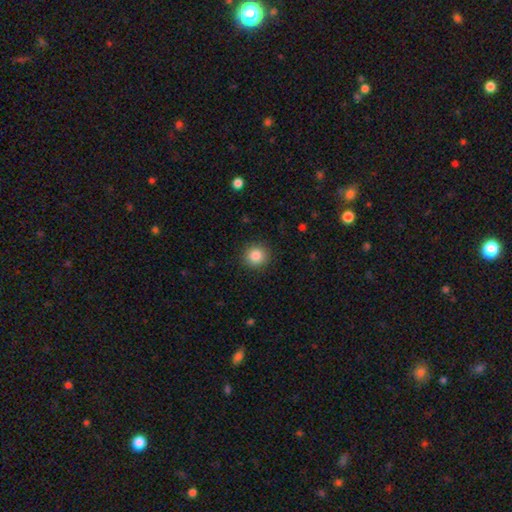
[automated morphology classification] Smooth or featured? Predicted: smooth (p=0.85). How rounded? Predicted: round (p=0.92). Merging? Predicted: none (p=0.91).